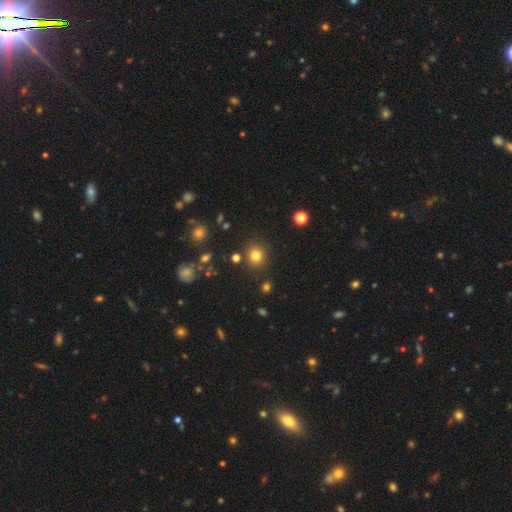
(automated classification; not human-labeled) Smooth or featured: smooth — 79% (star or artifact — 15%)
How rounded: round — 86% (in between — 13%)
Merging: none — 86% (minor disturbance — 8%)